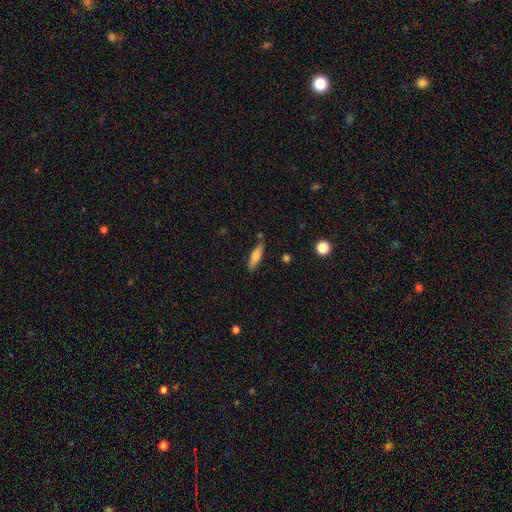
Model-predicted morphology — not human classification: smooth_or_featured: smooth (p=0.68) [alt: featured or disk p=0.26]
how_rounded: cigar-shaped (p=0.64) [alt: in between p=0.34]
merging: none (p=0.76) [alt: minor disturbance p=0.16]